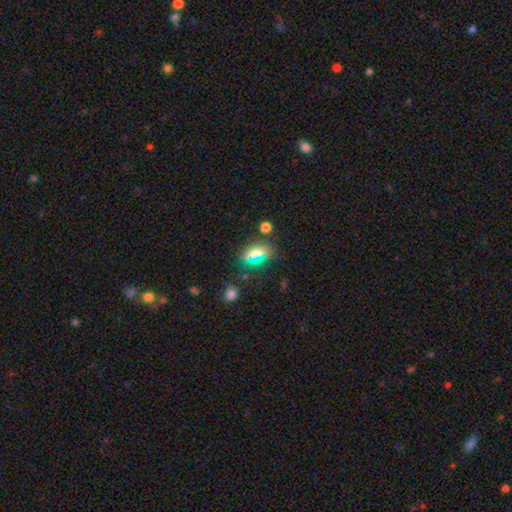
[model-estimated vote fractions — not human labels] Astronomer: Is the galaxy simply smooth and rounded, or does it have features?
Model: smooth — 63%.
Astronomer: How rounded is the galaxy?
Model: in between — 72%.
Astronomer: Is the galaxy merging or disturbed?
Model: none — 79%.